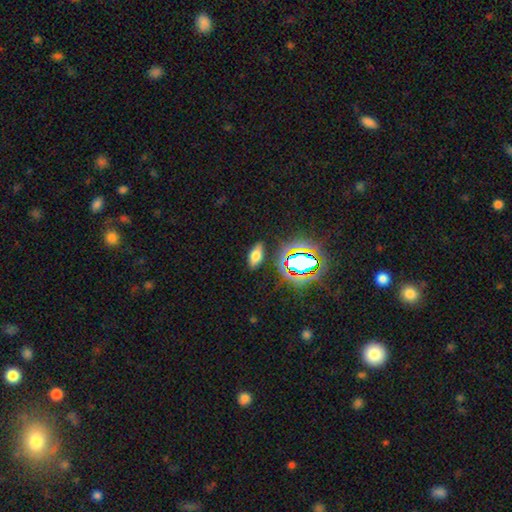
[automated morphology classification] A smooth galaxy with no disk features (63%) that is in between round and cigar-shaped (82%). Merging: none (85%).